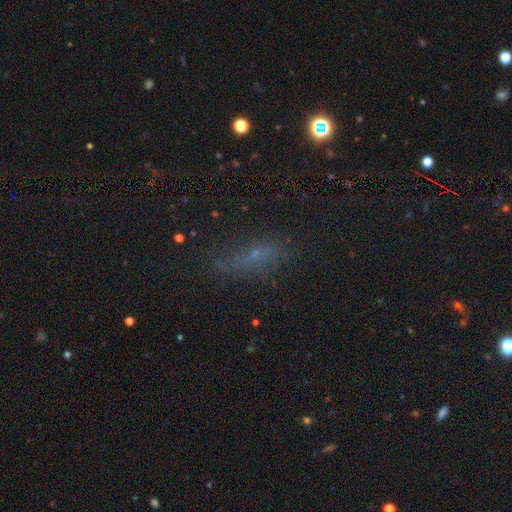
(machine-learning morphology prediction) The model was most divided on "smooth or featured": smooth: 47%, star or artifact: 29%, featured or disk: 24%. More confident: merging — none (63%).